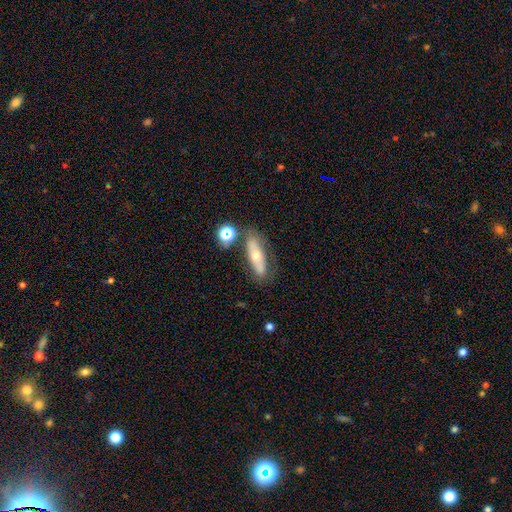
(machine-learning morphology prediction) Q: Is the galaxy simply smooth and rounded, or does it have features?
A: smooth — 47%.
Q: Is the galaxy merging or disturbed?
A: none — 71%.